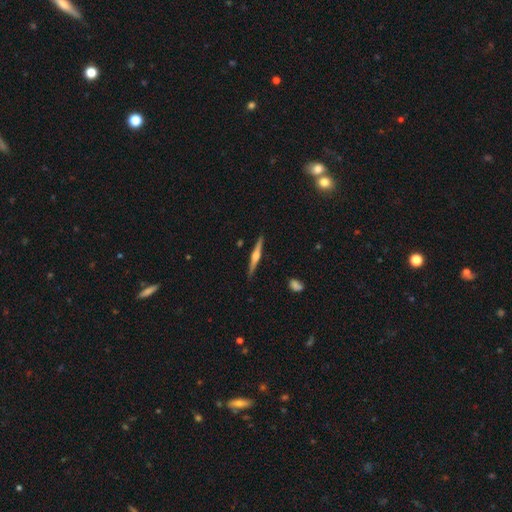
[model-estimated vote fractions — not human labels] smooth-or-featured: featured or disk: 73% | smooth: 22% | star or artifact: 6%
  disk-edge-on: yes: 98% | no: 2%
    edge-on-bulge: rounded: 85% | boxy: 10% | none: 5%
  merging: none: 90% | minor disturbance: 7% | major disturbance: 1% | merger: 1%